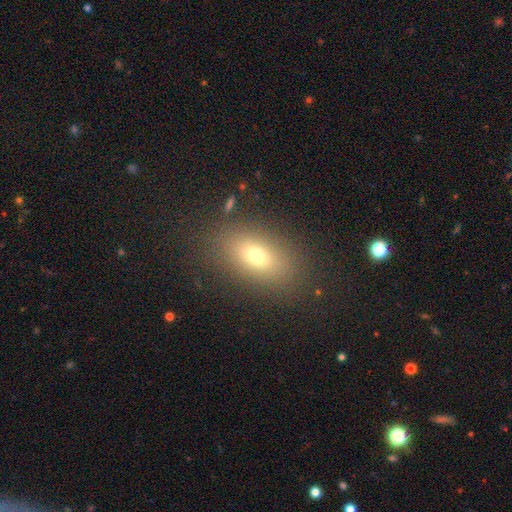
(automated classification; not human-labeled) The model was most divided on "smooth or featured": smooth: 69%, featured or disk: 16%, star or artifact: 15%. More confident: merging — none (84%); how rounded — in between (82%).